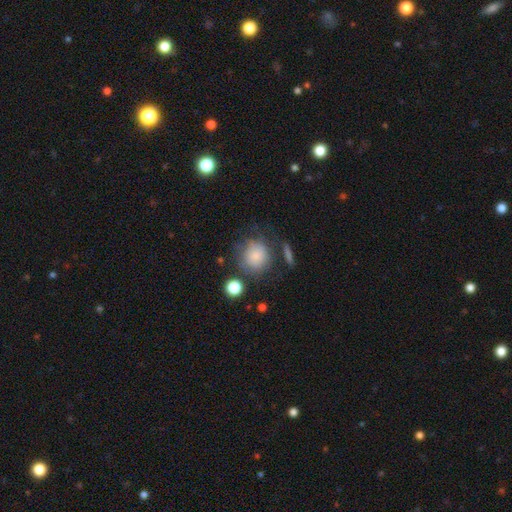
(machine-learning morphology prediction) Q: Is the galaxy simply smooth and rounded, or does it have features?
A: smooth — 78%.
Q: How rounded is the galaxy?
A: round — 86%.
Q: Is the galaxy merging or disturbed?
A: none — 62%.